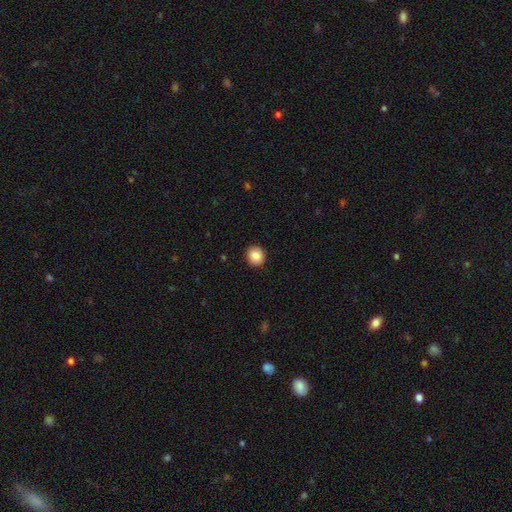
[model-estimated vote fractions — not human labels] smooth_or_featured: smooth (p=0.88) [alt: star or artifact p=0.08]
how_rounded: round (p=0.81) [alt: in between p=0.19]
merging: none (p=0.91) [alt: minor disturbance p=0.06]